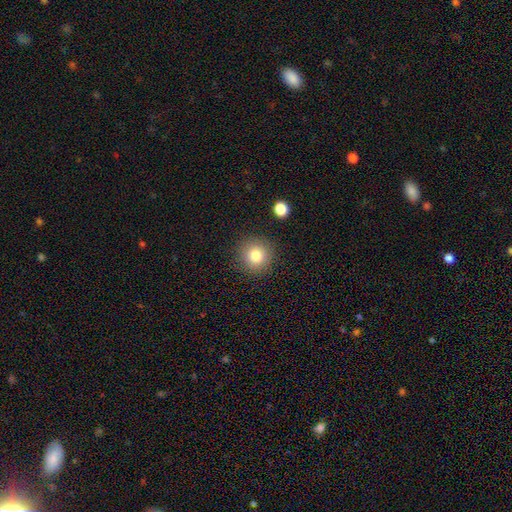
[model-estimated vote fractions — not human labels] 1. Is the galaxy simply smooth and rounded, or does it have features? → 82% smooth, 11% star or artifact, 7% featured or disk.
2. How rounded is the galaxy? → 94% round, 5% in between, 1% cigar-shaped.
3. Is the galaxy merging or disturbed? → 88% none, 7% minor disturbance, 3% major disturbance, 2% merger.